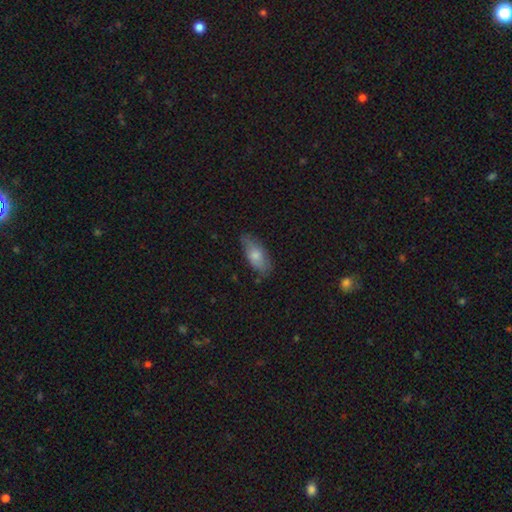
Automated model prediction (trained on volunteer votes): smooth 72%, featured or disk 21%, star or artifact 7%. Down the decision tree: how rounded — in between (84%); merging — none (67%).